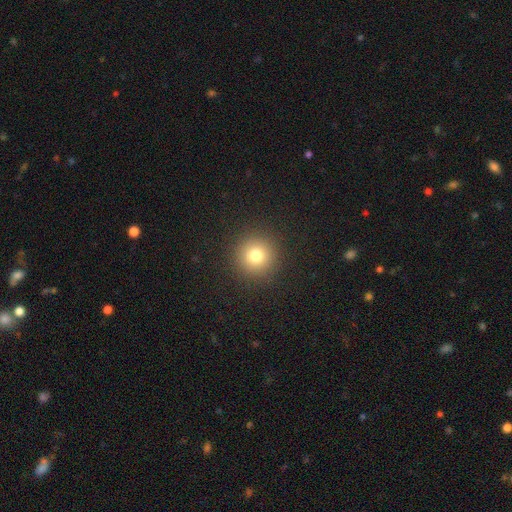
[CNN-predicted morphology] Smooth or featured? Predicted: smooth (p=0.78). How rounded? Predicted: round (p=0.96). Merging? Predicted: none (p=0.92).